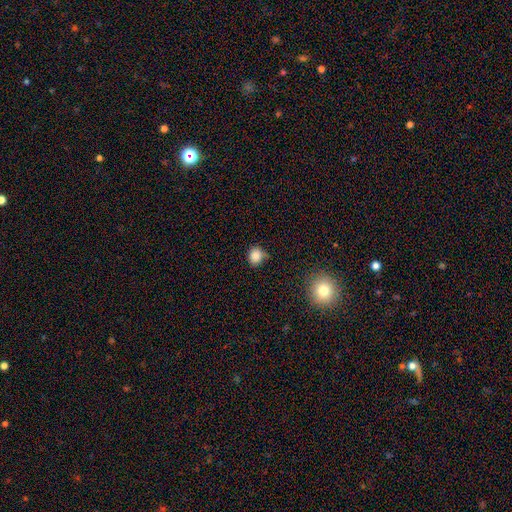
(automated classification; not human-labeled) Smooth or featured? smooth (84%)
How rounded? round (80%)
Merging? none (71%)